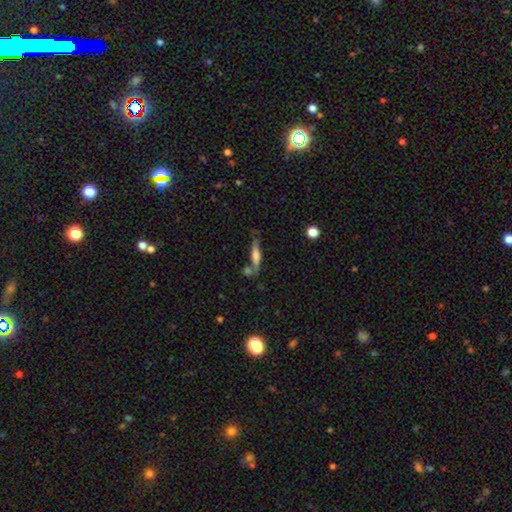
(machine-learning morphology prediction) This is possibly a smooth galaxy (57%). How rounded: clearly cigar-shaped (81%). Merging: possibly none (59%).